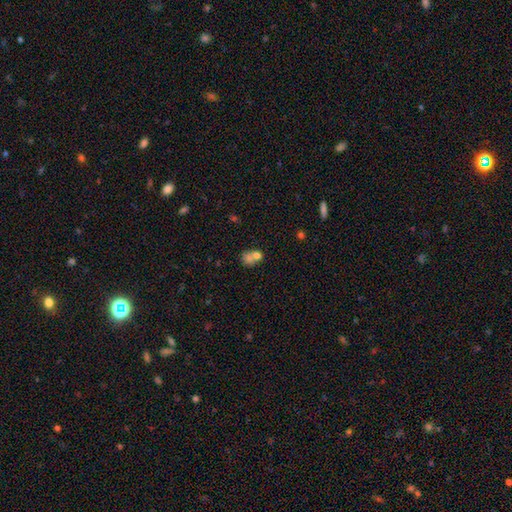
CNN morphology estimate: This is likely a smooth galaxy (69%). How rounded: possibly round (57%). Merging: possibly merger (55%).